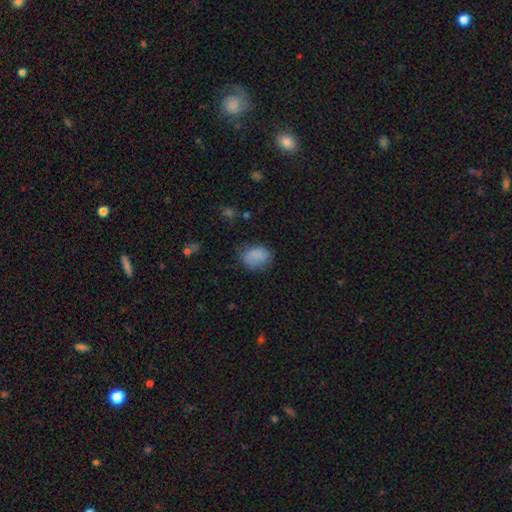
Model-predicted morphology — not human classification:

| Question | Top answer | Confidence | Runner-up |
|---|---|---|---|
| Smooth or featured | smooth | 82% | star or artifact (9%) |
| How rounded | in between | 63% | round (36%) |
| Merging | none | 62% | minor disturbance (26%) |